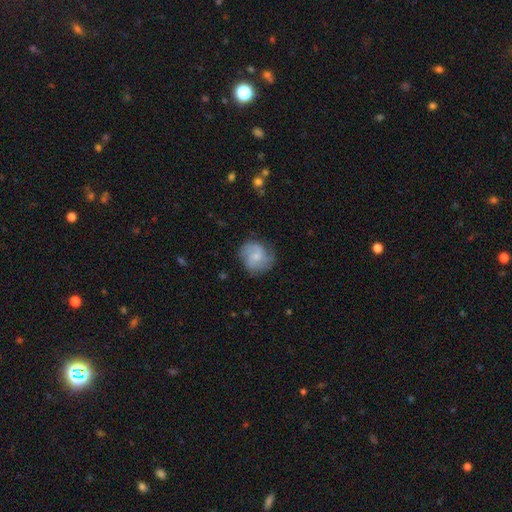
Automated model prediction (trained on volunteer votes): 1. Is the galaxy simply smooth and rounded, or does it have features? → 52% featured or disk, 41% smooth, 7% star or artifact.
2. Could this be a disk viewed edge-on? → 98% no, 2% yes.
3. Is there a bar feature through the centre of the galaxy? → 64% no, 32% weak, 4% strong.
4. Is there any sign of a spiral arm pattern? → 85% yes, 15% no.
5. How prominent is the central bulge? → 56% small, 31% moderate, 9% none, 2% large, 1% dominant.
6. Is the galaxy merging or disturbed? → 70% none, 21% minor disturbance, 8% major disturbance, 1% merger.